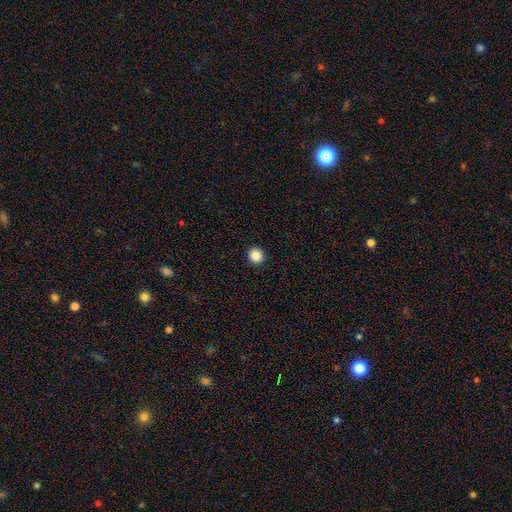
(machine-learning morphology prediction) smooth 86%, star or artifact 10%, featured or disk 4%. Down the decision tree: how rounded — round (94%); merging — none (94%).